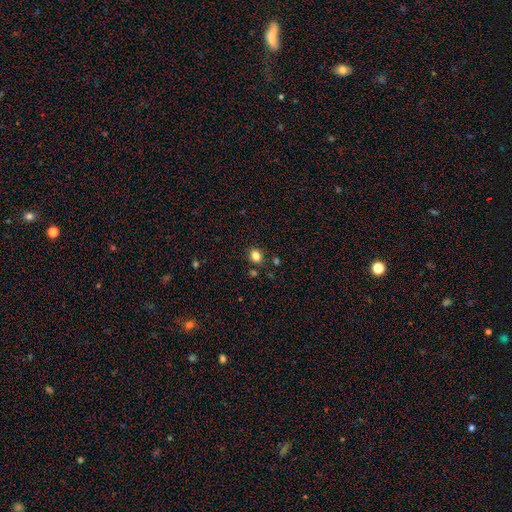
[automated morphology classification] A smooth galaxy with no disk features (82%) that is round (71%).

Vote fractions:
- Smooth or featured? smooth: 82% / star or artifact: 12% / featured or disk: 5%
- How rounded? round: 71% / in between: 28% / cigar-shaped: 1%
- Merging? none: 85% / minor disturbance: 9% / merger: 4% / major disturbance: 3%